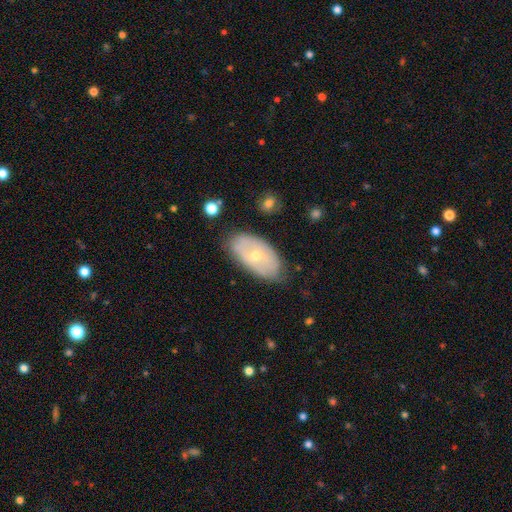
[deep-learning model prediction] This appears to be a featured or disk galaxy (49%). Merging: none (74%).